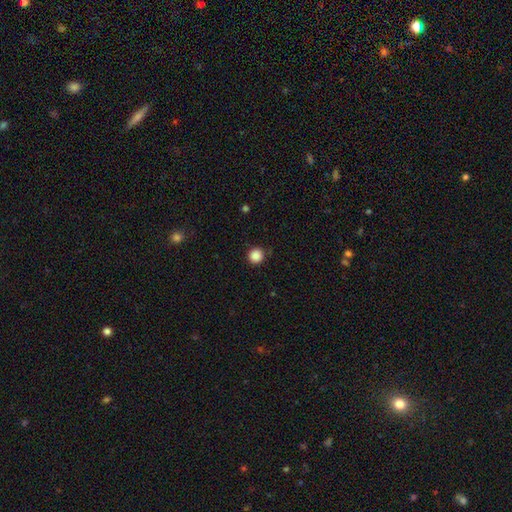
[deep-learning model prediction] smooth_or_featured: smooth (p=0.87) [alt: star or artifact p=0.10]
how_rounded: round (p=0.95) [alt: in between p=0.04]
merging: none (p=0.89) [alt: minor disturbance p=0.07]